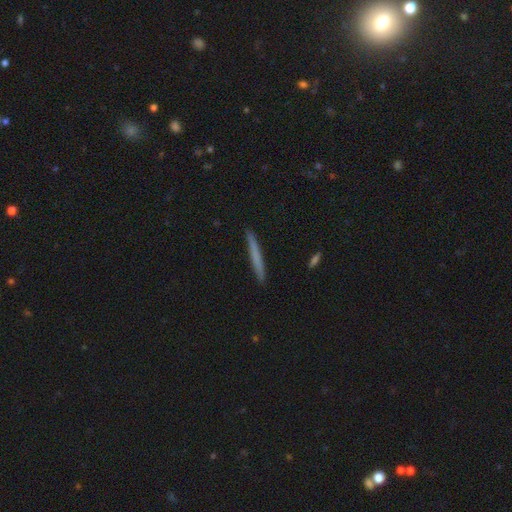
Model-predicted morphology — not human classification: smooth_or_featured: smooth (p=0.63) [alt: featured or disk p=0.31]
how_rounded: cigar-shaped (p=0.97) [alt: in between p=0.02]
merging: none (p=0.91) [alt: minor disturbance p=0.06]